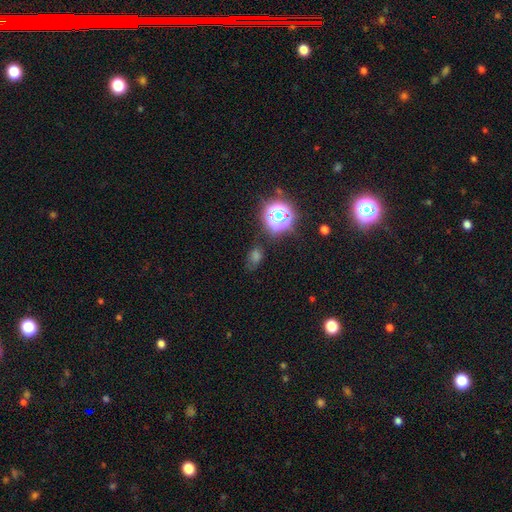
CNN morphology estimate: This is possibly a star or artifact rather than a galaxy (48%).